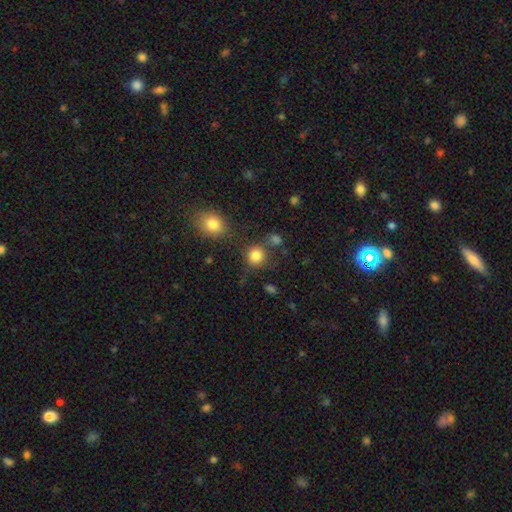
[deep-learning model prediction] Smooth or featured?
  - smooth: 84% *
  - star or artifact: 11%
  - featured or disk: 5%
How rounded?
  - round: 88% *
  - in between: 11%
  - cigar-shaped: 1%
Merging?
  - none: 75% *
  - minor disturbance: 11%
  - merger: 10%
  - major disturbance: 5%